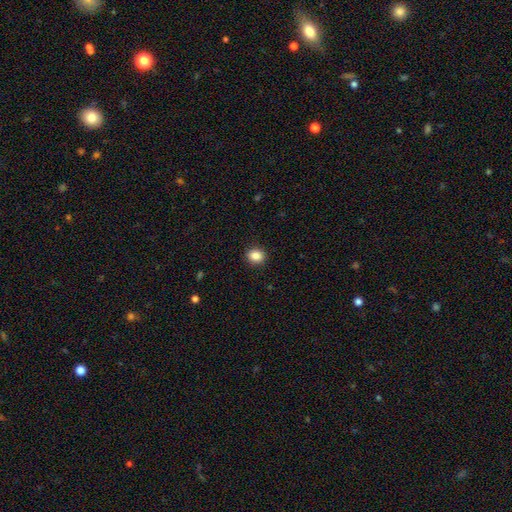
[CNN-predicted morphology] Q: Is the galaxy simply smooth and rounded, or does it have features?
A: smooth — 86%.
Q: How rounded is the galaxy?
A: round — 70%.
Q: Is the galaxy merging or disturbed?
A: none — 91%.